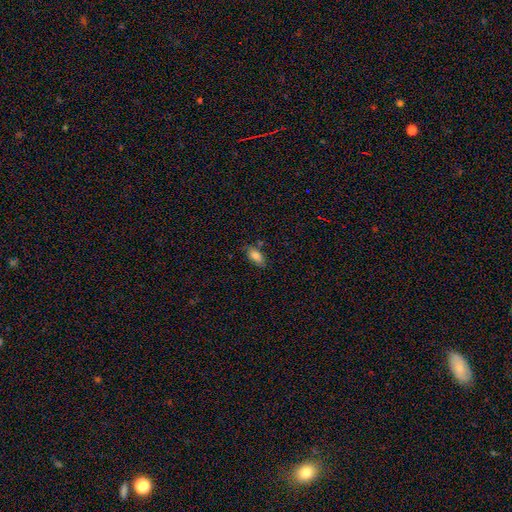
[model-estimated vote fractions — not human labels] This is clearly a smooth galaxy (82%). How rounded: clearly in between (89%). Merging: likely none (70%).